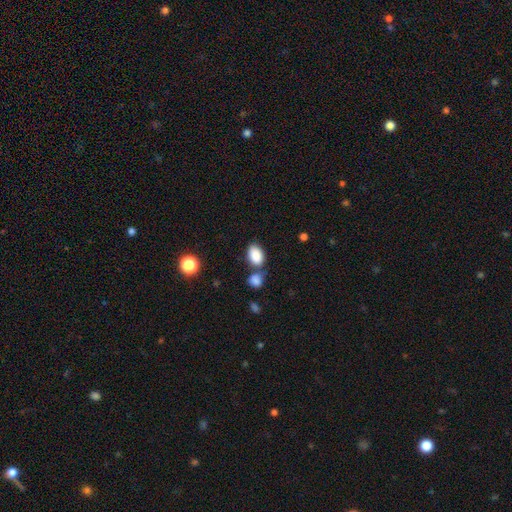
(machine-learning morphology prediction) This appears to be a smooth galaxy with no disk features (87%) that is in between round and cigar-shaped (86%). Merging: none (53%).